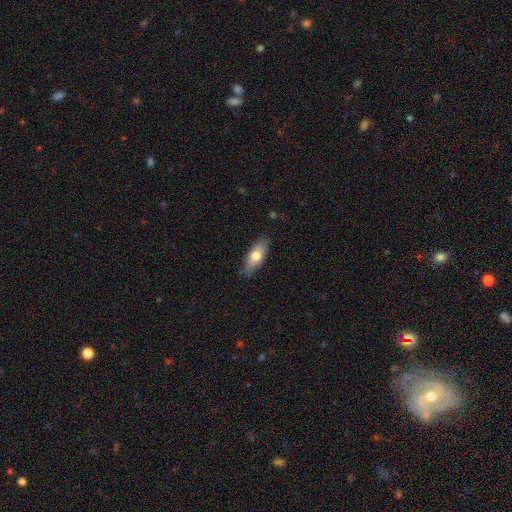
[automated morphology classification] Q: Smooth or featured?
A: smooth (69%); runner-up: featured or disk (25%)
Q: How rounded?
A: in between (70%); runner-up: cigar-shaped (27%)
Q: Merging?
A: none (84%); runner-up: minor disturbance (12%)